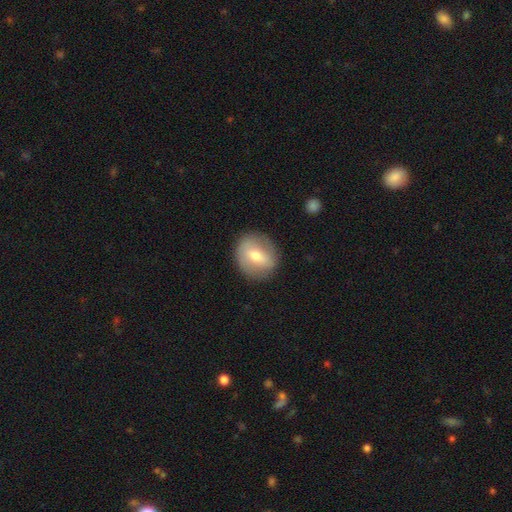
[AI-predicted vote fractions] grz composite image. It shows a smooth galaxy with no disk features (55%) that is round (76%). Merging: none (84%).